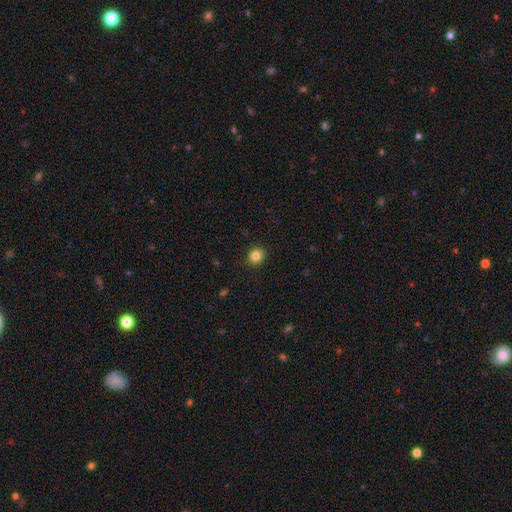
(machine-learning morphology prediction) Smooth or featured?
  - smooth: 85% *
  - star or artifact: 11%
  - featured or disk: 4%
How rounded?
  - round: 83% *
  - in between: 16%
  - cigar-shaped: 1%
Merging?
  - none: 90% *
  - minor disturbance: 7%
  - major disturbance: 2%
  - merger: 1%